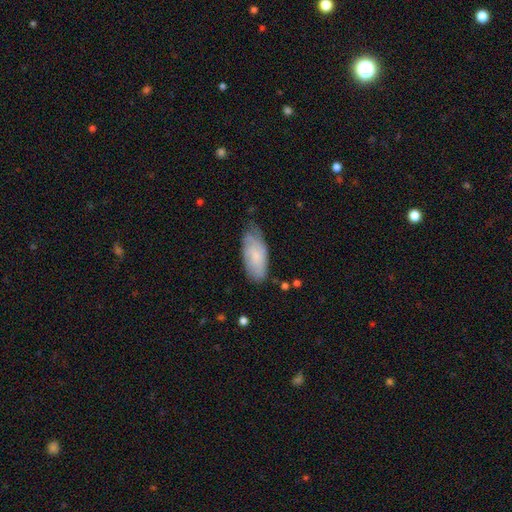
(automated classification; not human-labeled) Morphology: type=smooth (62%); roundness=in between (85%); merging=none (55%).